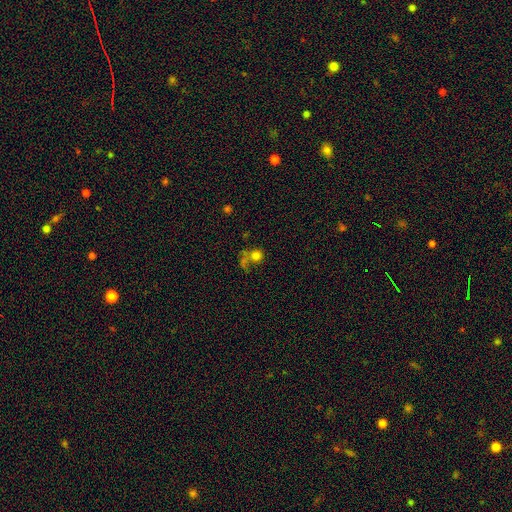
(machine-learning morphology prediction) type=smooth (69%); roundness=round (82%); merging=none (37%).